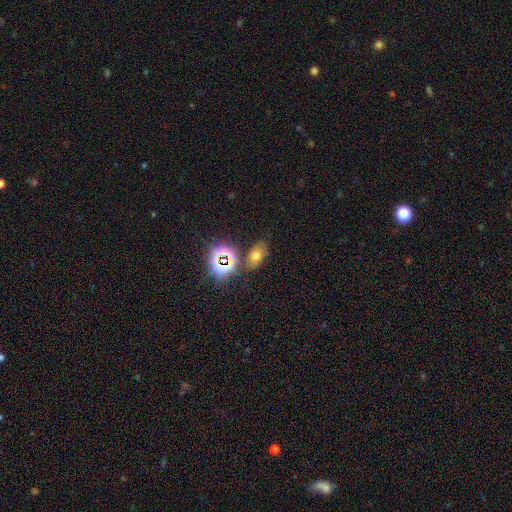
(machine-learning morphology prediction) This appears to be a smooth galaxy with no disk features (59%) that is in between round and cigar-shaped (81%). Merging: none (76%).